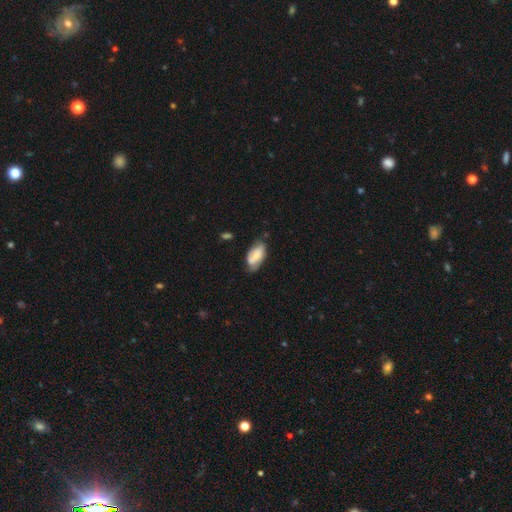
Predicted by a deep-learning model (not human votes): The model was most divided on "smooth or featured": smooth: 54%, featured or disk: 39%, star or artifact: 7%. More confident: how rounded — in between (92%); merging — none (59%).